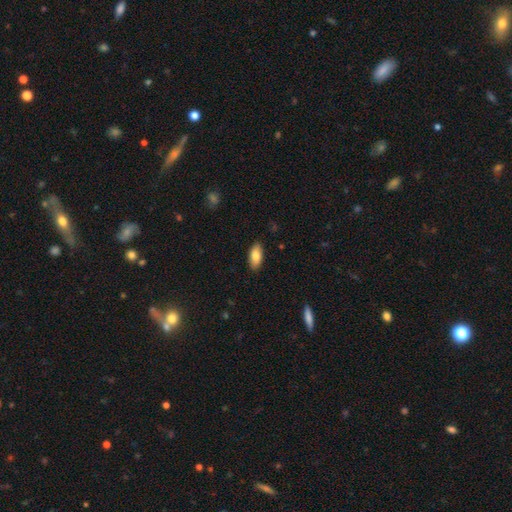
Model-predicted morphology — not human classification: This appears to be a smooth galaxy with no disk features (84%) that is in between round and cigar-shaped (89%). Merging: none (88%).